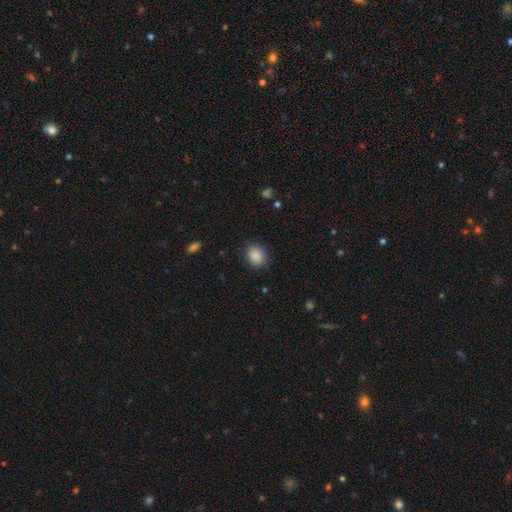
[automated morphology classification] This appears to be a smooth galaxy with no disk features (88%) that is round (59%). Merging: none (85%).